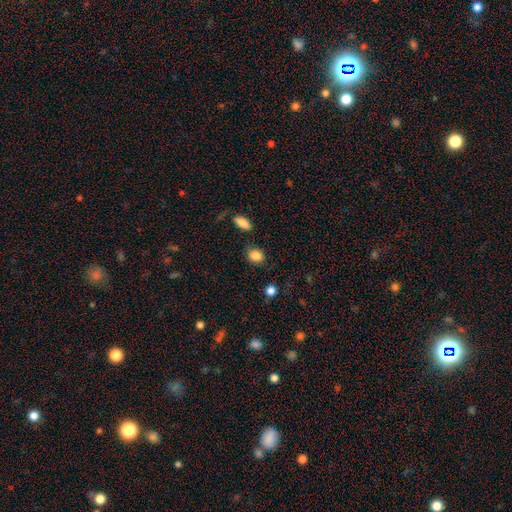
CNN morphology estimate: This is clearly a smooth galaxy (86%). How rounded: possibly round (52%). Merging: likely none (78%).